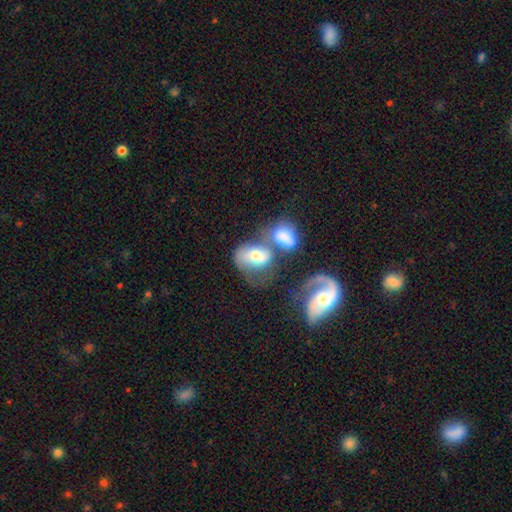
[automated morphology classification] smooth_or_featured: smooth (p=0.52) [alt: featured or disk p=0.40]
how_rounded: in between (p=0.77) [alt: round p=0.21]
merging: merger (p=0.56) [alt: none p=0.19]